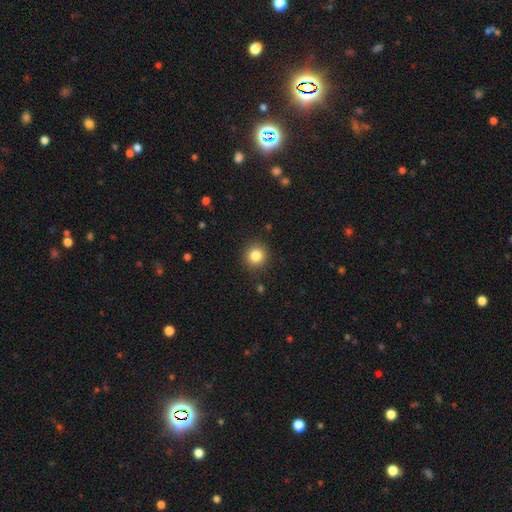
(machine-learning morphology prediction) smooth_or_featured: smooth (p=0.83) [alt: star or artifact p=0.11]
how_rounded: round (p=0.93) [alt: in between p=0.06]
merging: none (p=0.90) [alt: minor disturbance p=0.07]